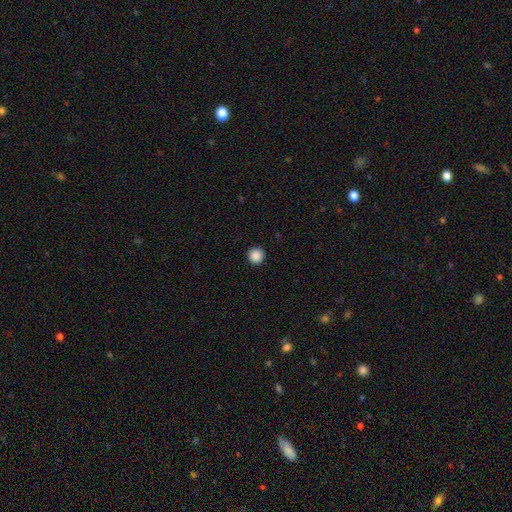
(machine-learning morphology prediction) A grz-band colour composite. It shows a smooth galaxy with no disk features (88%) that is round (96%). Merging: none (93%).